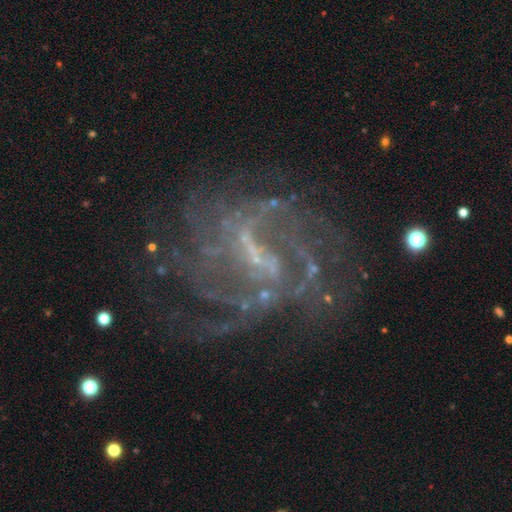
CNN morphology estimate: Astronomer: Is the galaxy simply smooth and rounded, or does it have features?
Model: featured or disk — 83%.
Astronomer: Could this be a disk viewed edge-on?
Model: no — 97%.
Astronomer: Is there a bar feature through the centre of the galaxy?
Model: weak — 46% (runner-up: strong, 35%).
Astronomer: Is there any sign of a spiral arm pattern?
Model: yes — 85%.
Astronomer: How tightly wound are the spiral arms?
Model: medium — 40% (runner-up: tight, 37%).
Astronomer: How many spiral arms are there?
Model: can't tell — 41%.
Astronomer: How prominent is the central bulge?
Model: none — 44% (runner-up: small, 40%).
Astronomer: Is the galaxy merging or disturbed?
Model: none — 60%.